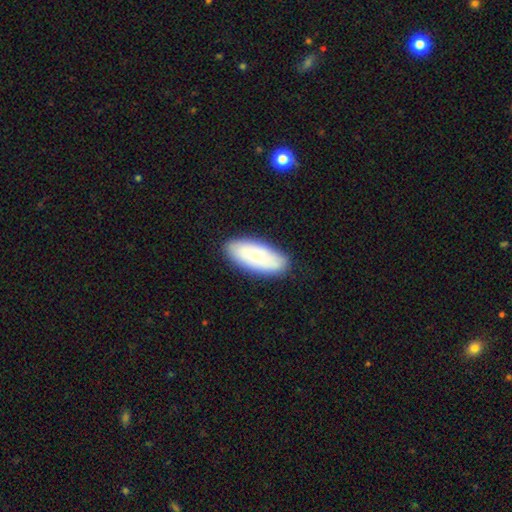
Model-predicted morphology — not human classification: Overall: smooth (70%). How rounded: in between (84%). Merging: none (86%).